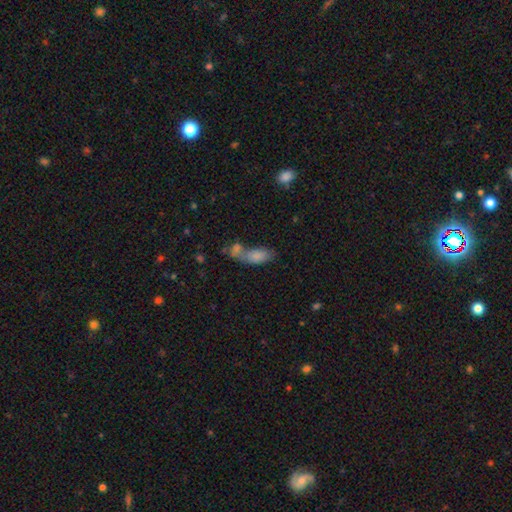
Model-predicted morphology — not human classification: type=smooth (78%); roundness=in between (82%); merging=merger (58%).